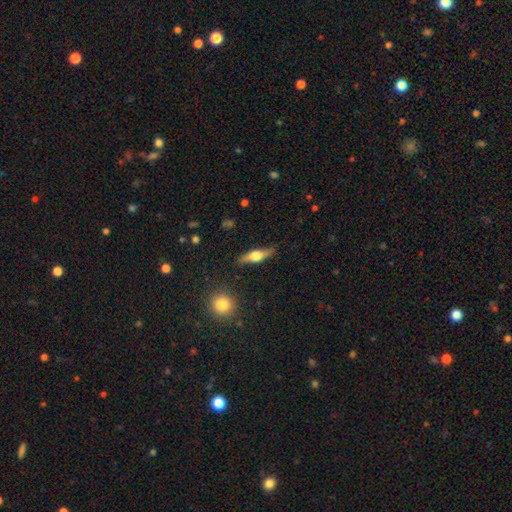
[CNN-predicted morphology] Smooth or featured? featured or disk (56%)
Edge-on disk? yes (92%)
Edge-on bulge? rounded (92%)
Merging? none (84%)